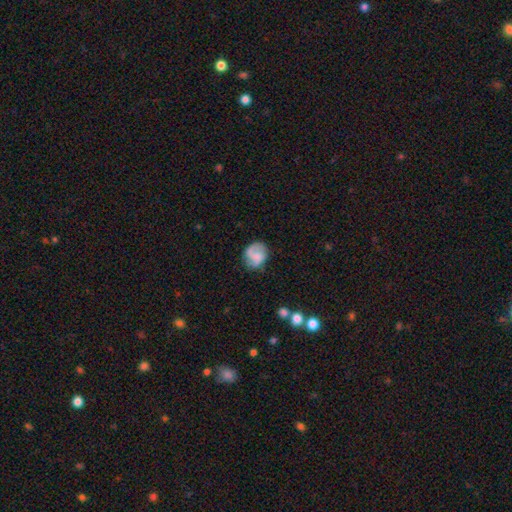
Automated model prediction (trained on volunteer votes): This is possibly a smooth galaxy (47%). Merging: likely none (63%).